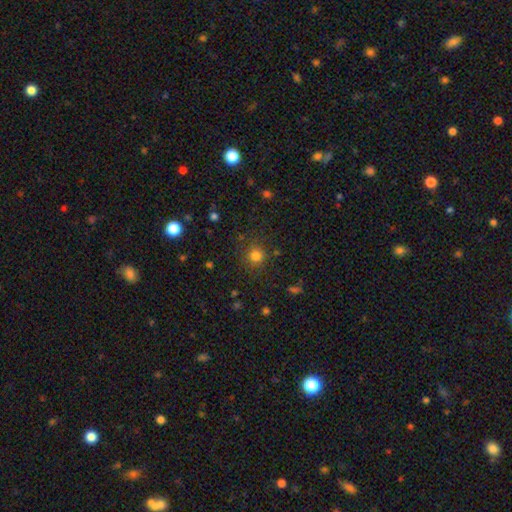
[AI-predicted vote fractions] Overall: smooth (79%). How rounded: round (90%). Merging: none (84%).